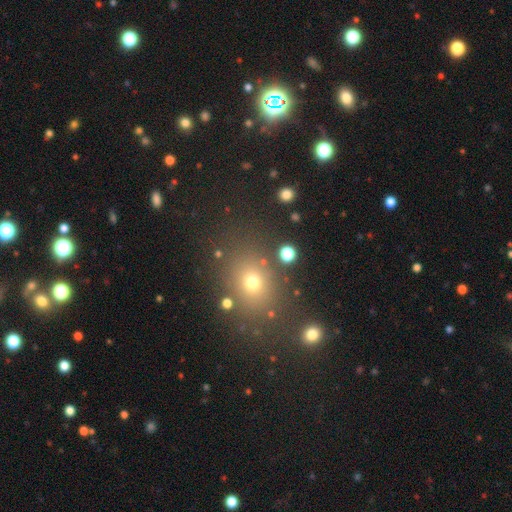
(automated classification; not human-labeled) Smooth or featured? Predicted: smooth (p=0.56). How rounded? Predicted: round (p=0.57). Merging? Predicted: none (p=0.83).